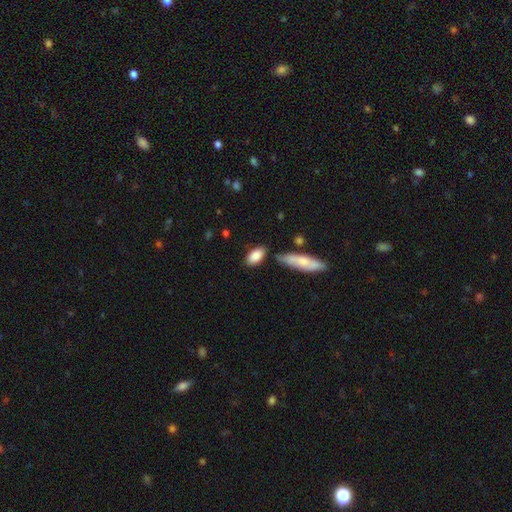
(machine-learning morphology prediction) This appears to be a smooth galaxy with no disk features (84%) that is in between round and cigar-shaped (88%). Merging: none (72%).